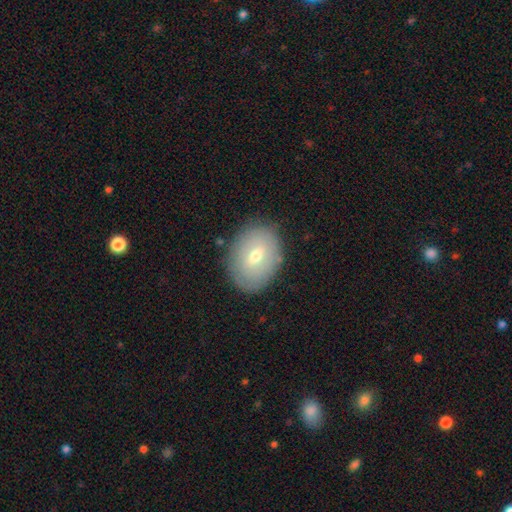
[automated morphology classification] A smooth galaxy with no disk features (56%) that is in between round and cigar-shaped (68%).

Vote fractions:
- Smooth or featured? smooth: 56% / featured or disk: 36% / star or artifact: 8%
- How rounded? in between: 68% / round: 31% / cigar-shaped: 1%
- Merging? none: 83% / minor disturbance: 12% / major disturbance: 3% / merger: 1%